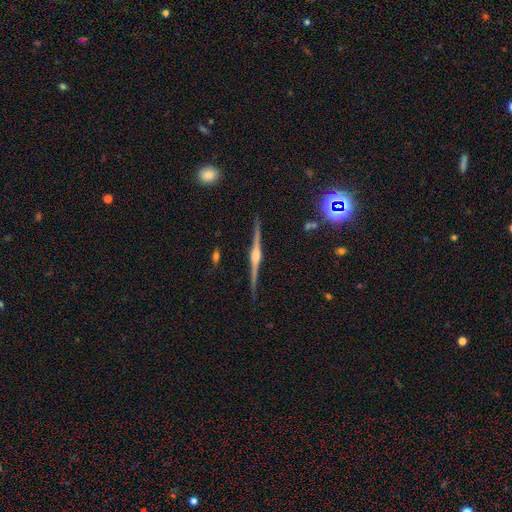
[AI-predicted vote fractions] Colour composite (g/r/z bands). It shows a featured or disk galaxy (88%) viewed edge-on (99%) with a rounded central bulge (88%). Merging: none (90%).